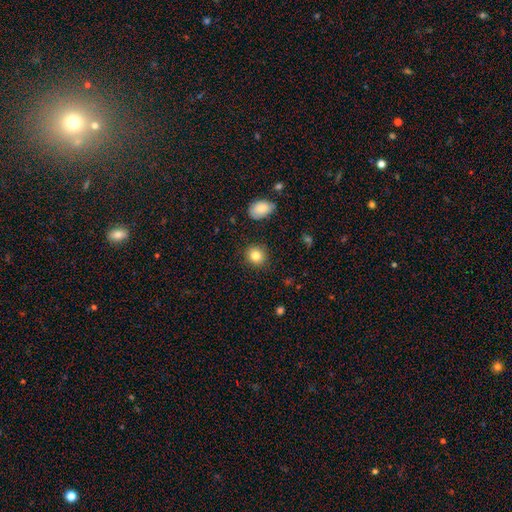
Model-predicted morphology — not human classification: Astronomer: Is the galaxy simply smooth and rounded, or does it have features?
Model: smooth — 83%.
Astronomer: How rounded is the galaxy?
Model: round — 84%.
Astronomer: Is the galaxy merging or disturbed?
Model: none — 89%.